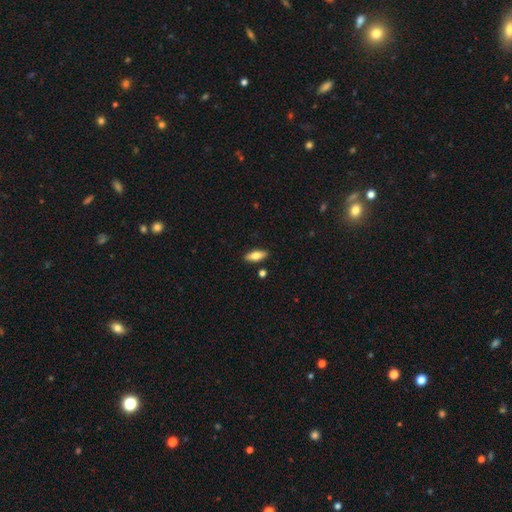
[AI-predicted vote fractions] Smooth or featured: smooth — 70% (featured or disk — 24%)
How rounded: in between — 75% (cigar-shaped — 22%)
Merging: none — 87% (minor disturbance — 9%)